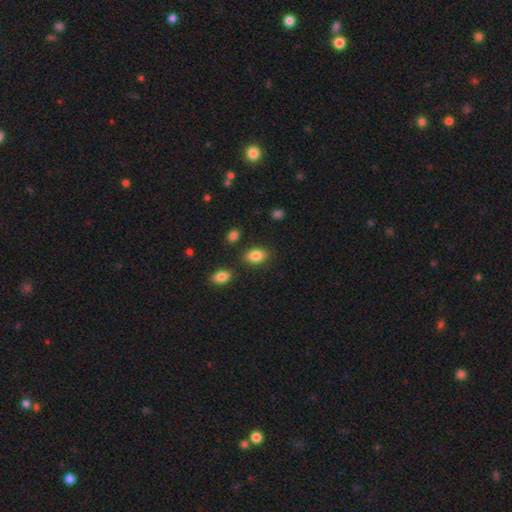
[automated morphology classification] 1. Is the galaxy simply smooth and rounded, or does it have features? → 85% smooth, 8% star or artifact, 7% featured or disk.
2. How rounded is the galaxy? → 85% in between, 13% round, 2% cigar-shaped.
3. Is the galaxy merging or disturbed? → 82% none, 11% minor disturbance, 4% merger, 3% major disturbance.